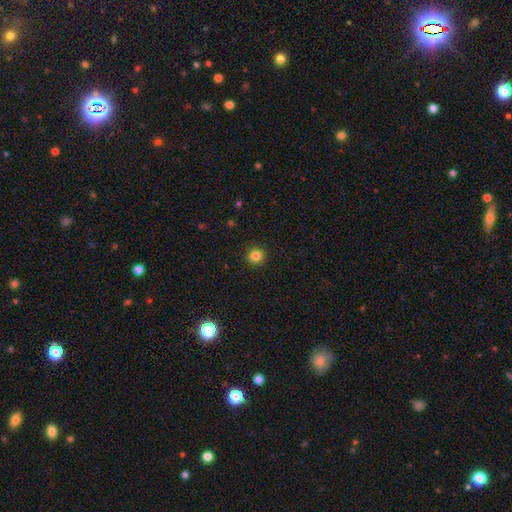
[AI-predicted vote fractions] smooth_or_featured: smooth (p=0.83) [alt: star or artifact p=0.12]
how_rounded: round (p=0.93) [alt: in between p=0.06]
merging: none (p=0.92) [alt: minor disturbance p=0.05]